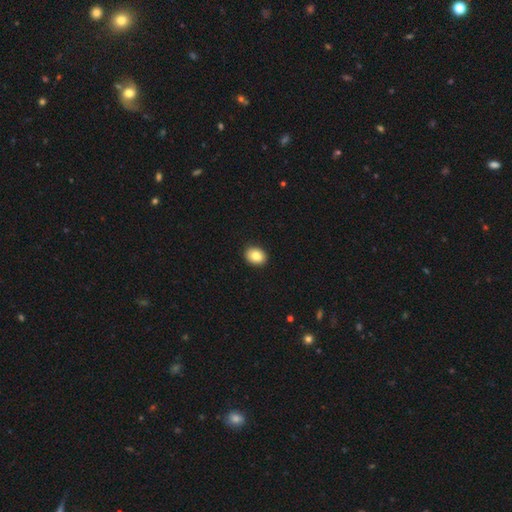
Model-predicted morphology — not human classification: smooth_or_featured: smooth (p=0.83) [alt: featured or disk p=0.09]
how_rounded: in between (p=0.55) [alt: round p=0.45]
merging: none (p=0.91) [alt: minor disturbance p=0.06]